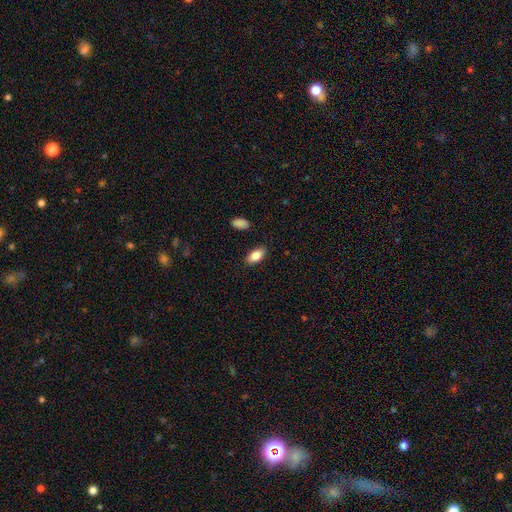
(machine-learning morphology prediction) smooth 83%, featured or disk 9%, star or artifact 7%. Down the decision tree: how rounded — in between (91%); merging — none (87%).